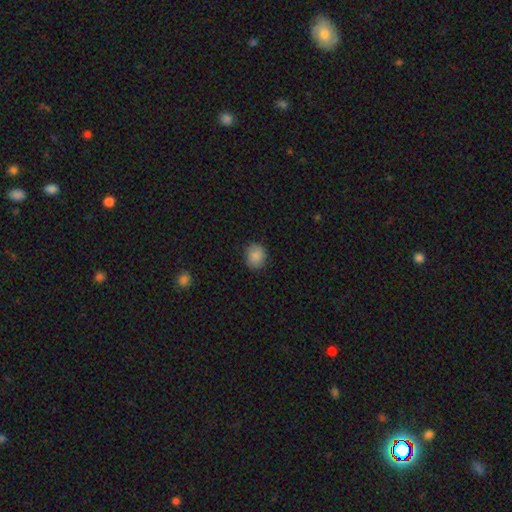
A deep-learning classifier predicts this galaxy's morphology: Overall: smooth (87%). How rounded: round (72%). Merging: none (87%).